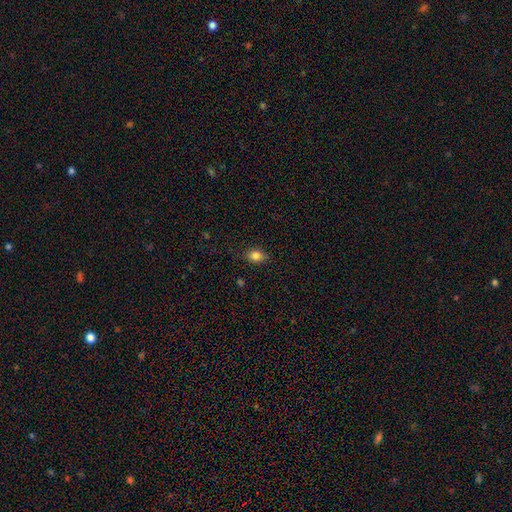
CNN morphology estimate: smooth 84%, star or artifact 10%, featured or disk 6%. Down the decision tree: how rounded — in between (70%); merging — none (84%).